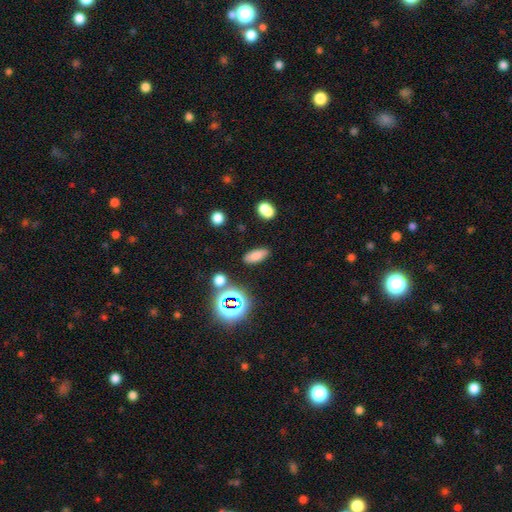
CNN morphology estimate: A smooth galaxy with no disk features (75%) that is in between round and cigar-shaped (74%).

Vote fractions:
- Smooth or featured? smooth: 75% / star or artifact: 16% / featured or disk: 9%
- How rounded? in between: 74% / cigar-shaped: 21% / round: 5%
- Merging? none: 84% / minor disturbance: 9% / merger: 3% / major disturbance: 3%